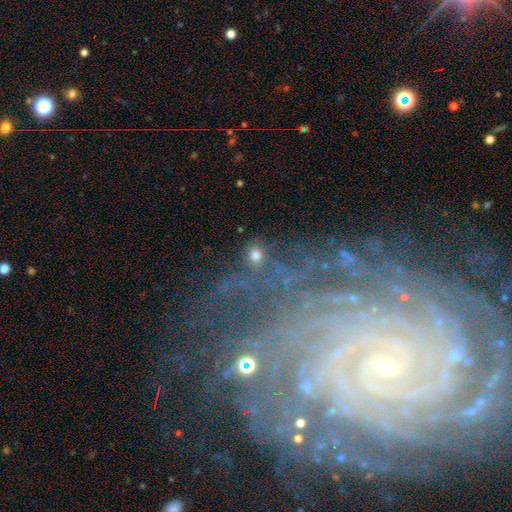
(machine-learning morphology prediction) The model was most divided on "smooth or featured": smooth: 56%, star or artifact: 25%, featured or disk: 19%. More confident: how rounded — round (75%); merging — none (66%).